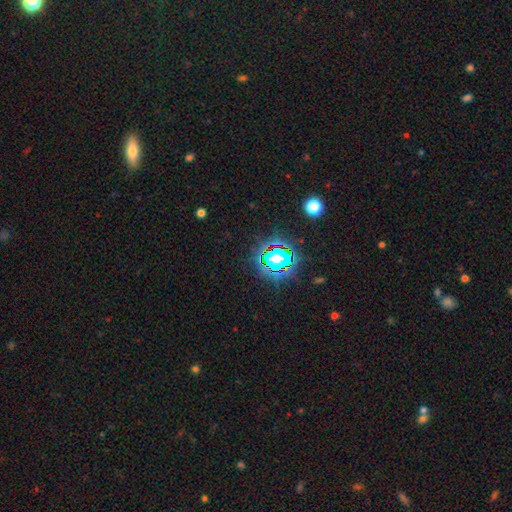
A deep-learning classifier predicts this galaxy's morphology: Overall: star or artifact (78%).